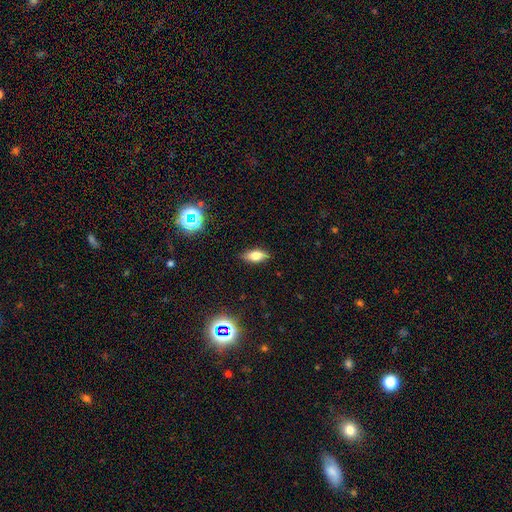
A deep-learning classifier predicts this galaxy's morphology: A smooth galaxy with no disk features (70%) that is in between round and cigar-shaped (81%).

Vote fractions:
- Smooth or featured? smooth: 70% / featured or disk: 19% / star or artifact: 11%
- How rounded? in between: 81% / cigar-shaped: 14% / round: 5%
- Merging? none: 87% / minor disturbance: 10% / major disturbance: 2% / merger: 1%